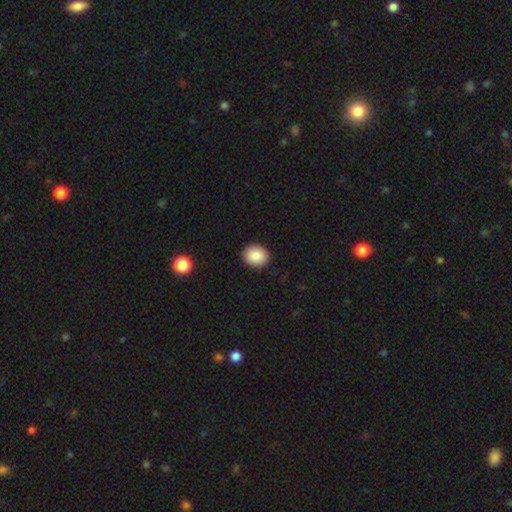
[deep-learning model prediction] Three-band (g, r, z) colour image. It shows a smooth galaxy with no disk features (89%) that is round (58%). Merging: none (91%).